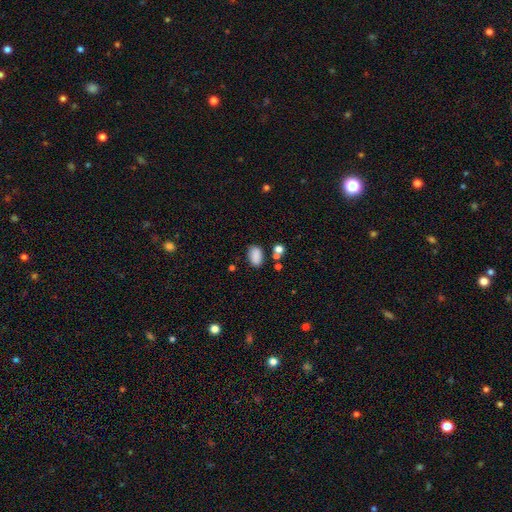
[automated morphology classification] Smooth or featured: smooth — 85% (star or artifact — 10%)
How rounded: in between — 88% (round — 11%)
Merging: none — 75% (minor disturbance — 14%)